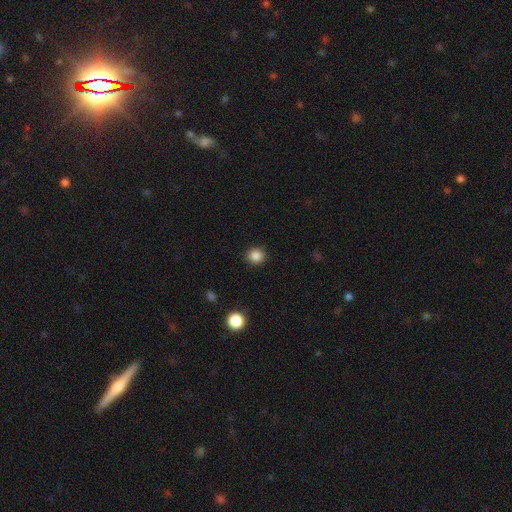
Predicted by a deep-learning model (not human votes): Morphology: type=smooth (86%); roundness=round (89%); merging=none (91%).